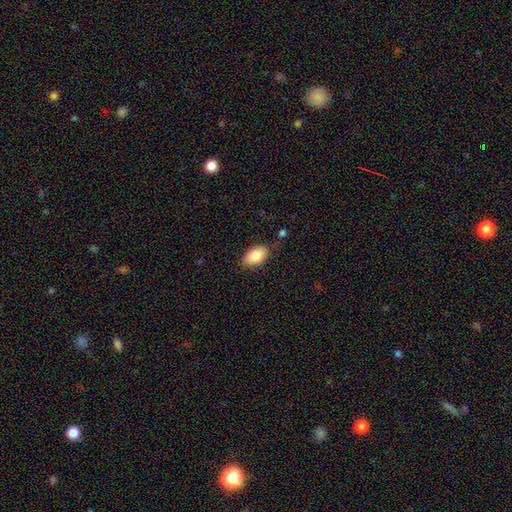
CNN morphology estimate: Smooth or featured?
  - smooth: 83% *
  - featured or disk: 10%
  - star or artifact: 7%
How rounded?
  - in between: 92% *
  - round: 6%
  - cigar-shaped: 2%
Merging?
  - none: 81% *
  - minor disturbance: 15%
  - major disturbance: 3%
  - merger: 2%